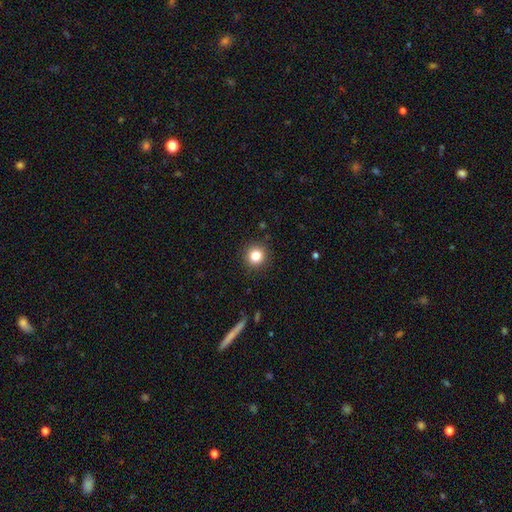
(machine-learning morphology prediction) smooth-or-featured: smooth: 83% | star or artifact: 12% | featured or disk: 6%
  how-rounded: round: 93% | in between: 6% | cigar-shaped: 1%
  merging: none: 90% | minor disturbance: 6% | major disturbance: 2% | merger: 1%